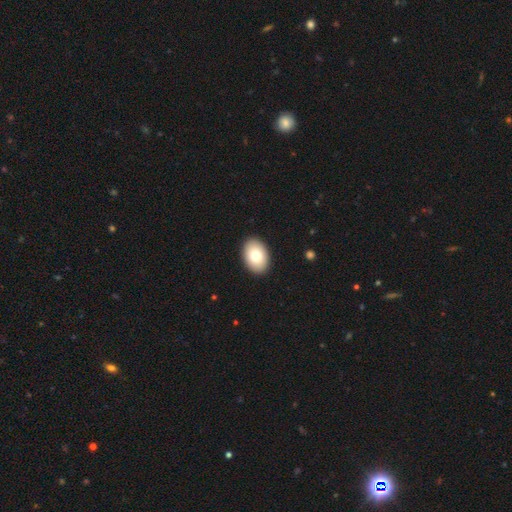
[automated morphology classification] smooth_or_featured: smooth (p=0.79) [alt: featured or disk p=0.14]
how_rounded: in between (p=0.85) [alt: round p=0.14]
merging: none (p=0.91) [alt: minor disturbance p=0.06]